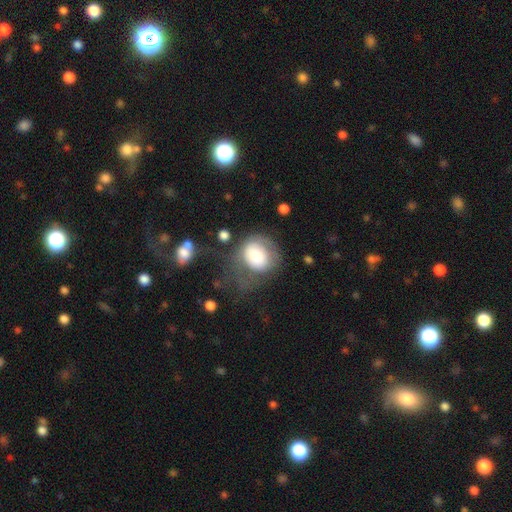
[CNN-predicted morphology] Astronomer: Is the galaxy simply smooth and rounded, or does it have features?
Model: smooth — 62%.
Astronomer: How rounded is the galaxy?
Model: round — 73%.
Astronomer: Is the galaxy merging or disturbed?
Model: none — 37%, tied with major disturbance at 37%.